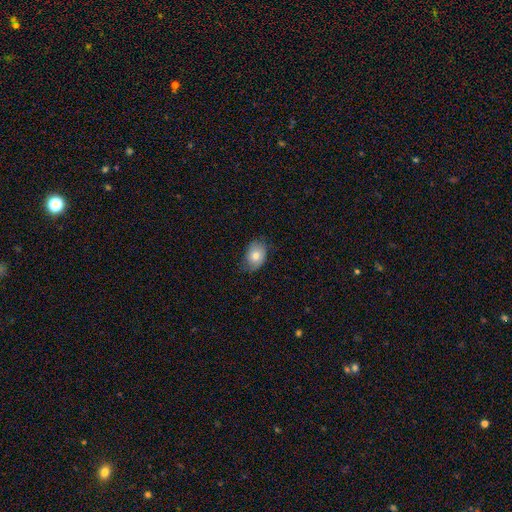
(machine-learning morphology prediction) A smooth galaxy with no disk features (76%) that is in between round and cigar-shaped (74%).

Vote fractions:
- Smooth or featured? smooth: 76% / featured or disk: 16% / star or artifact: 8%
- How rounded? in between: 74% / round: 25% / cigar-shaped: 1%
- Merging? none: 70% / minor disturbance: 24% / major disturbance: 5% / merger: 1%